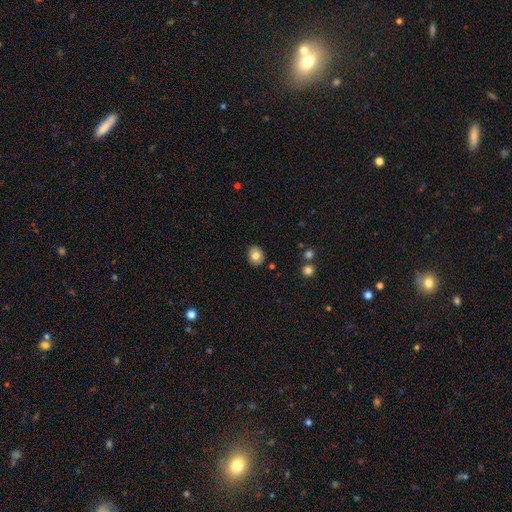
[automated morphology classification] Smooth or featured?
  - smooth: 77% *
  - featured or disk: 15%
  - star or artifact: 8%
How rounded?
  - round: 55% *
  - in between: 44%
  - cigar-shaped: 1%
Merging?
  - none: 88% *
  - minor disturbance: 9%
  - major disturbance: 2%
  - merger: 1%